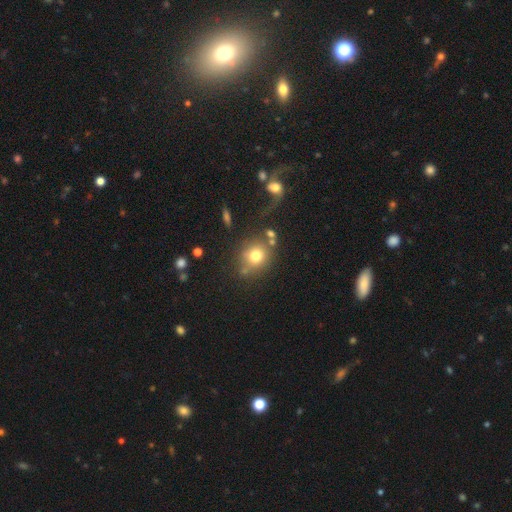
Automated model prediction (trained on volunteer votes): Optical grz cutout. It shows a smooth galaxy with no disk features (75%) that is round (80%). Merging: none (63%).